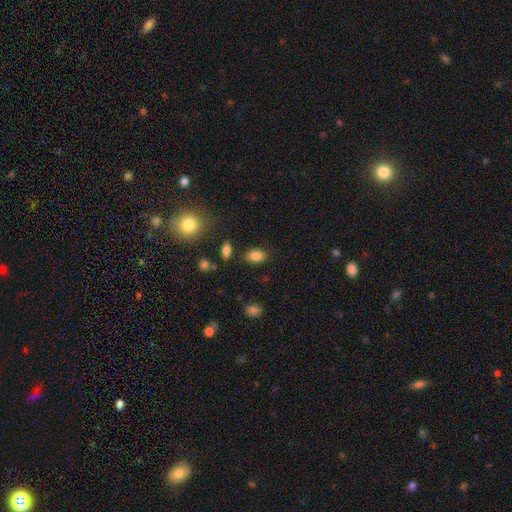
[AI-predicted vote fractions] Smooth or featured?
  - smooth: 84% *
  - star or artifact: 10%
  - featured or disk: 6%
How rounded?
  - in between: 83% *
  - round: 15%
  - cigar-shaped: 2%
Merging?
  - none: 80% *
  - minor disturbance: 13%
  - merger: 4%
  - major disturbance: 4%